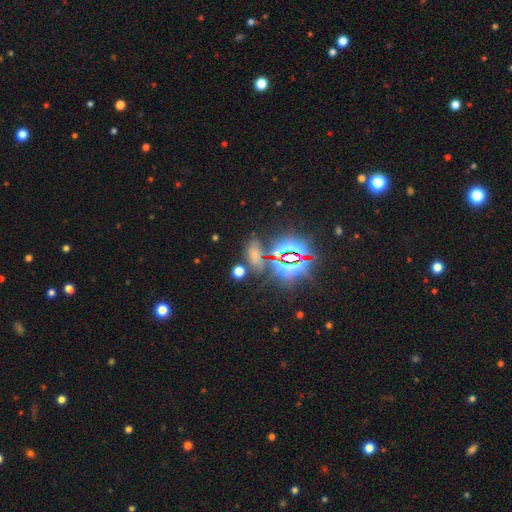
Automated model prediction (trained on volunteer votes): The model was most divided on "smooth or featured": star or artifact: 50%, smooth: 38%, featured or disk: 12%.